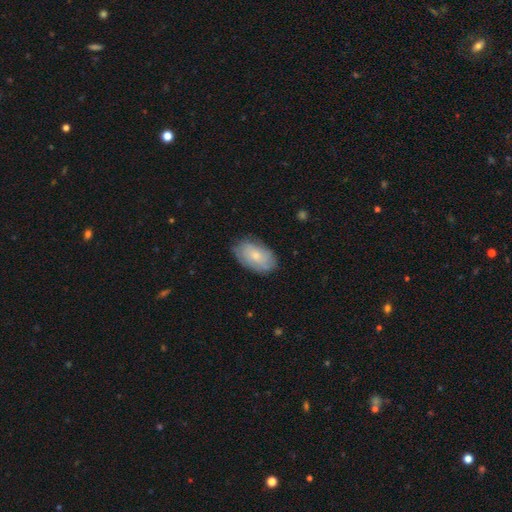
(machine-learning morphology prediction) smooth_or_featured: smooth (p=0.64) [alt: featured or disk p=0.30]
how_rounded: in between (p=0.92) [alt: round p=0.06]
merging: none (p=0.79) [alt: minor disturbance p=0.16]